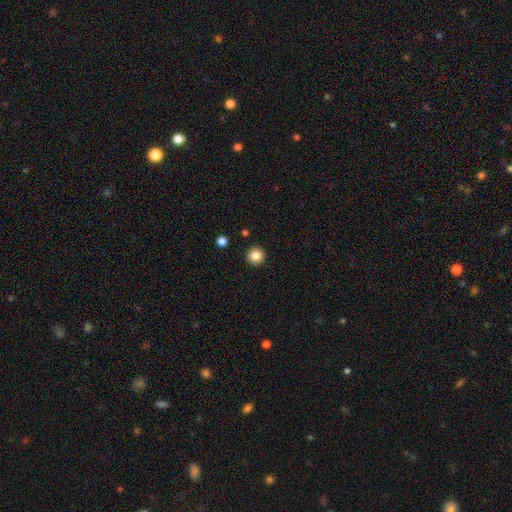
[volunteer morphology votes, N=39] Smooth or featured: smooth — 87% (star or artifact — 8%)
How rounded: round — 91% (in between — 9%)
Merging: none — 94% (minor disturbance — 6%)